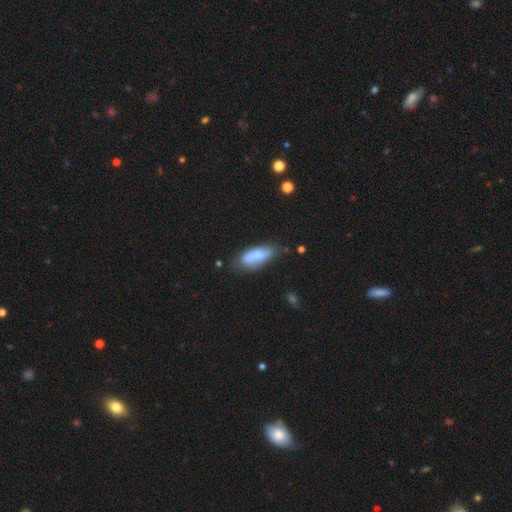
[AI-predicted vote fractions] Overall: smooth (73%). How rounded: in between (70%). Merging: none (58%; minor disturbance 29%).